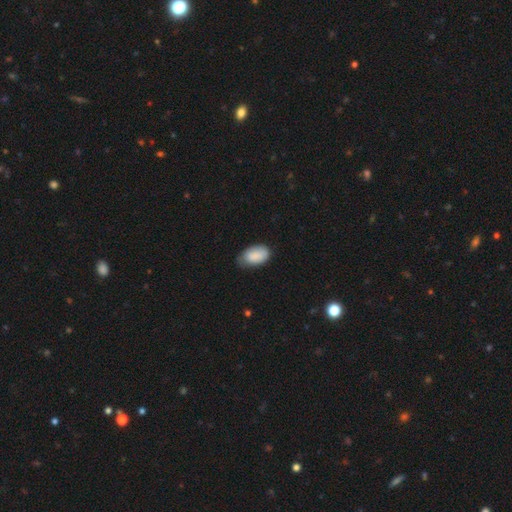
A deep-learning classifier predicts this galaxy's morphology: This appears to be a smooth galaxy with no disk features (86%) that is in between round and cigar-shaped (93%). Merging: none (59%).